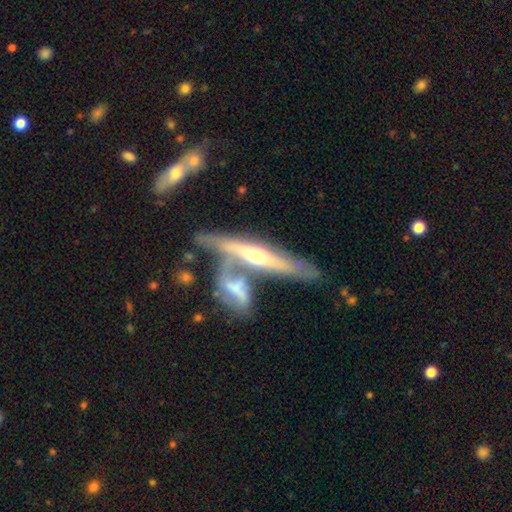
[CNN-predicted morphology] Q: Smooth or featured?
A: featured or disk (68%); runner-up: smooth (25%)
Q: Edge-on disk?
A: yes (80%); runner-up: no (20%)
Q: Edge-on bulge?
A: rounded (84%); runner-up: none (10%)
Q: Merging?
A: merger (44%); runner-up: none (34%)